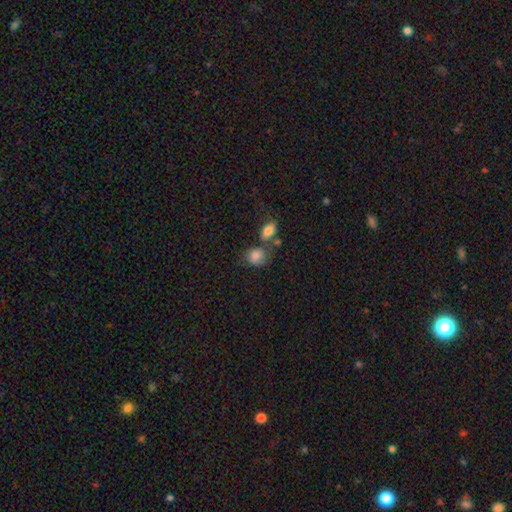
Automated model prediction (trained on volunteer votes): A smooth galaxy with no disk features (80%) that is round (57%). Merging: none (48%).